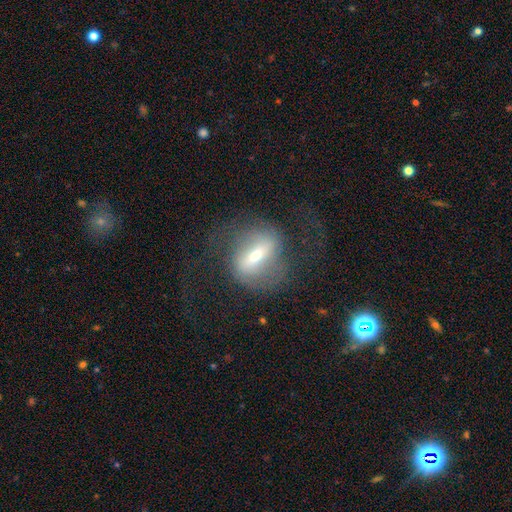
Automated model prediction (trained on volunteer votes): Overall: featured or disk (77%). Edge-on disk: no (94%). Bar: strong (52%; weak 35%). Spiral arms: yes (89%). Spiral arm count: 2 (88%). Spiral winding: loose (44%; medium 43%). Bulge size: small (46%; moderate 45%). Merging: none (66%).